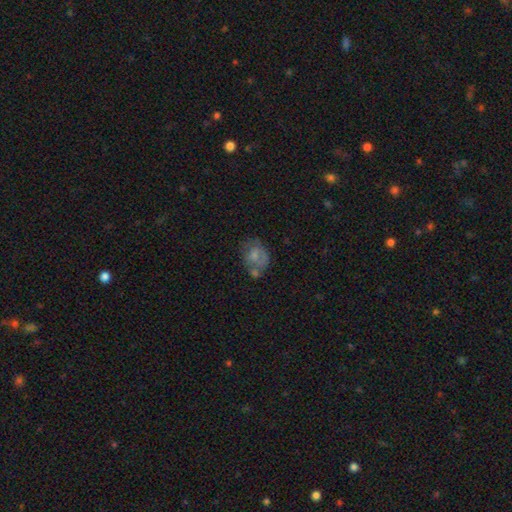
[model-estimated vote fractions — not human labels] smooth 57%, featured or disk 34%, star or artifact 9%. Down the decision tree: how rounded — round (53%); merging — none (34%).